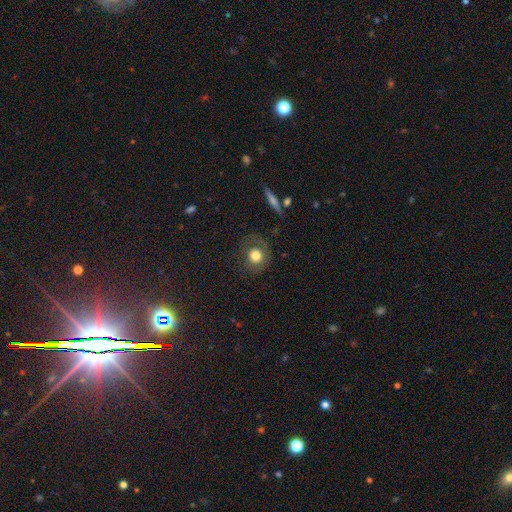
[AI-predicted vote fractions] The model was most divided on "smooth or featured": smooth: 71%, featured or disk: 19%, star or artifact: 10%. More confident: how rounded — round (81%); merging — none (69%).